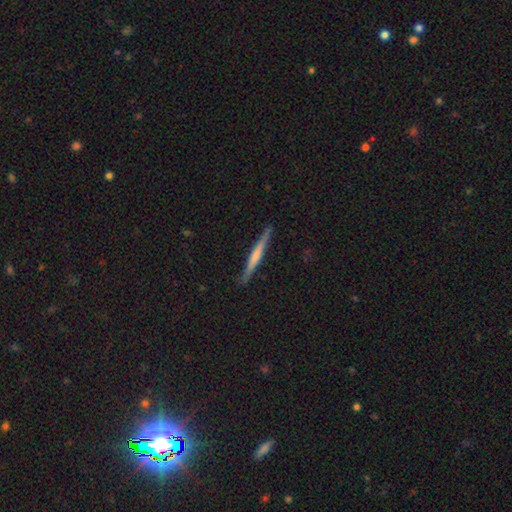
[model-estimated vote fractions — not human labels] featured or disk 53%, smooth 42%, star or artifact 6%. Down the decision tree: edge-on disk — yes (97%); edge-on bulge — none (52%); merging — none (88%).